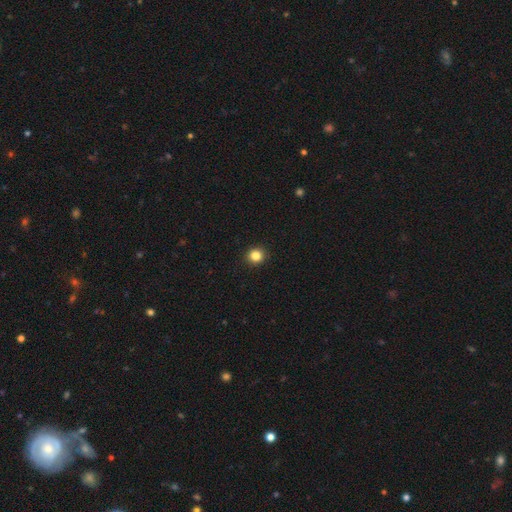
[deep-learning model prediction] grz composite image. It shows a smooth galaxy with no disk features (84%) that is round (89%). Merging: none (93%).